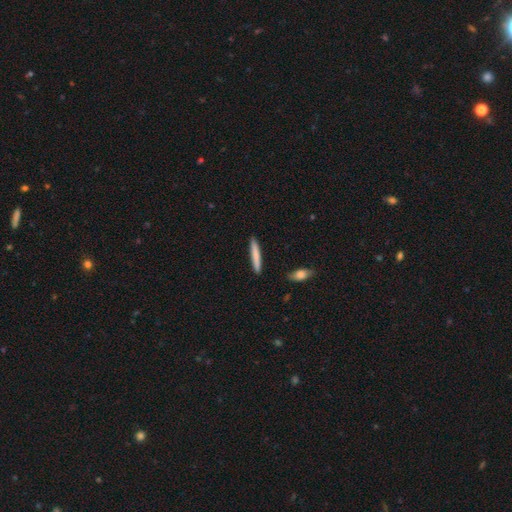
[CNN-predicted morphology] Smooth or featured? Predicted: smooth (p=0.78). How rounded? Predicted: cigar-shaped (p=0.95). Merging? Predicted: none (p=0.91).